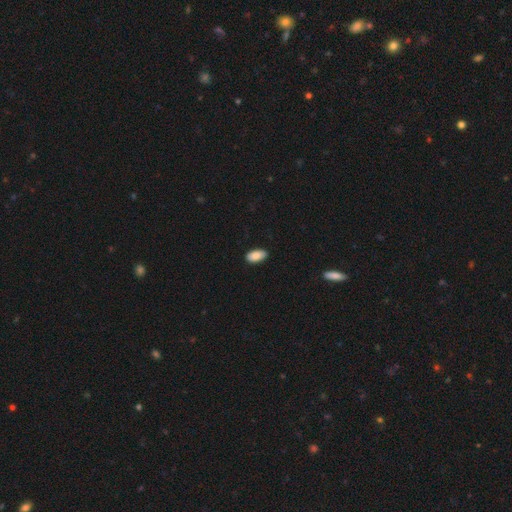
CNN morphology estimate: The model was most divided on "merging": none: 87%, minor disturbance: 10%, major disturbance: 2%, merger: 1%. More confident: how rounded — in between (94%); smooth or featured — smooth (86%).